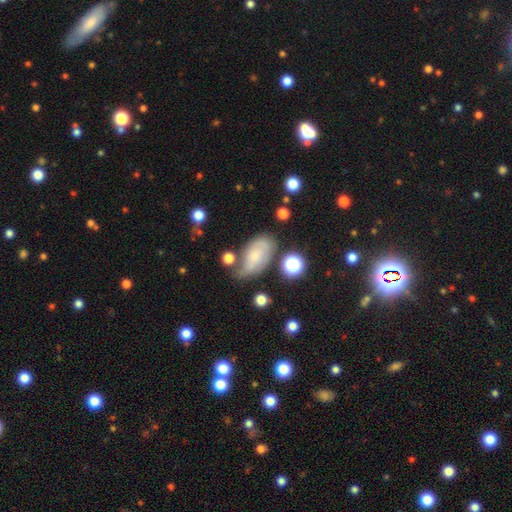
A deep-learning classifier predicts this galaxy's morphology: smooth 45%, featured or disk 44%, star or artifact 11%. Down the decision tree: merging — none (47%).